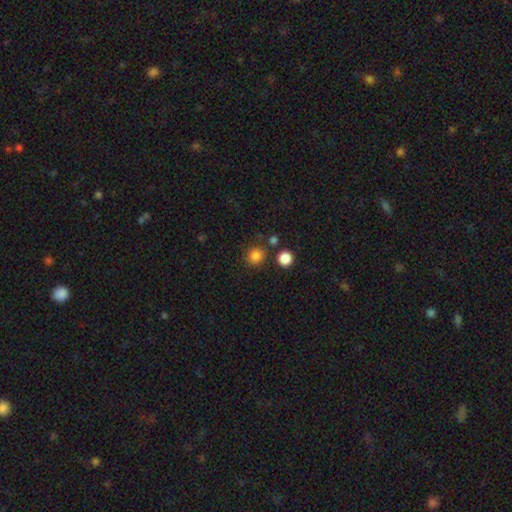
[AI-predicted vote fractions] This is clearly a smooth galaxy (83%). How rounded: clearly round (86%). Merging: likely none (79%).